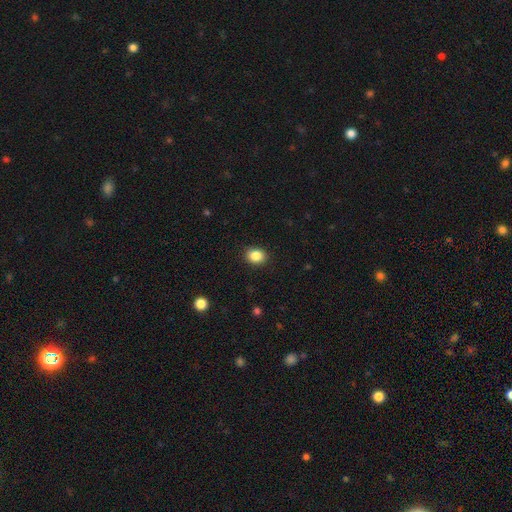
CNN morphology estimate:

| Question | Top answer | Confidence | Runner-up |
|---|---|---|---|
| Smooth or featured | smooth | 86% | star or artifact (9%) |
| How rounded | in between | 51% | round (48%) |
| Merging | none | 90% | minor disturbance (7%) |